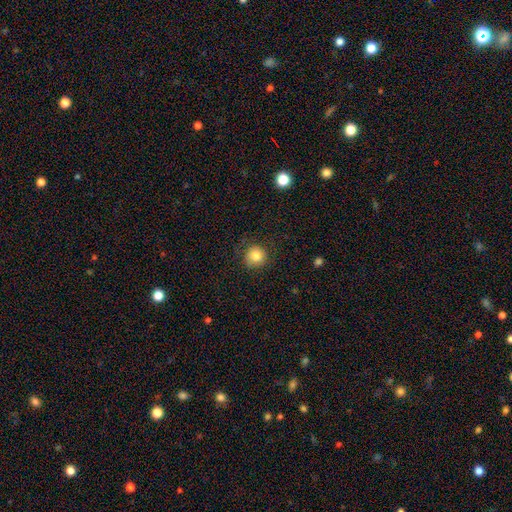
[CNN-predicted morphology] Overall: smooth (82%). How rounded: round (93%). Merging: none (84%).